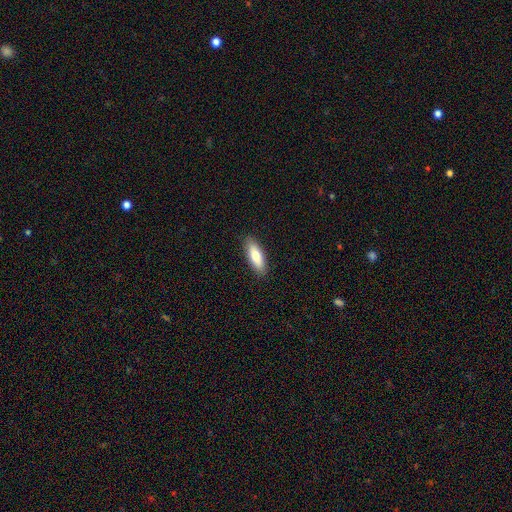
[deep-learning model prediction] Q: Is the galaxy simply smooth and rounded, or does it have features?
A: smooth — 75%.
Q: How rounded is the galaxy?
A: in between — 57%.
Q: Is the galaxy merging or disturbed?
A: none — 89%.